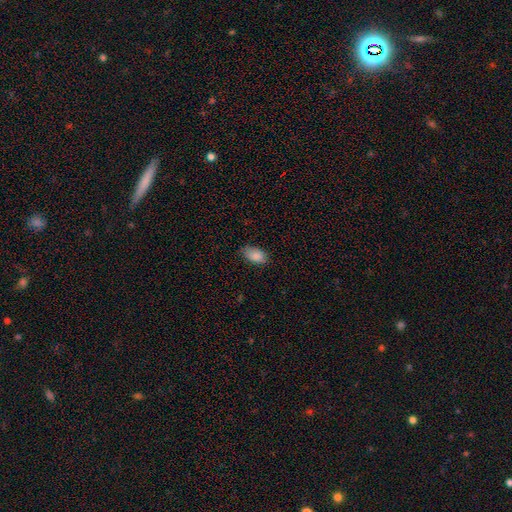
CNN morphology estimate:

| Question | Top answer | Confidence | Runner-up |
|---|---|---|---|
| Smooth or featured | smooth | 87% | star or artifact (7%) |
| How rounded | in between | 92% | round (6%) |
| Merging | none | 76% | minor disturbance (20%) |